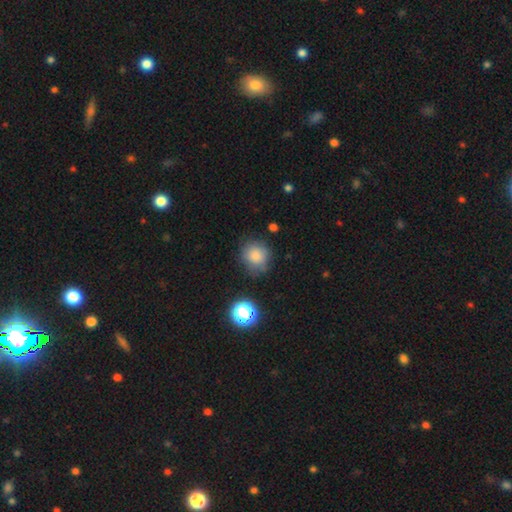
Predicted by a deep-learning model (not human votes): smooth-or-featured: smooth: 82% | star or artifact: 12% | featured or disk: 7%
  how-rounded: round: 88% | in between: 11% | cigar-shaped: 1%
  merging: none: 77% | minor disturbance: 16% | major disturbance: 5% | merger: 3%